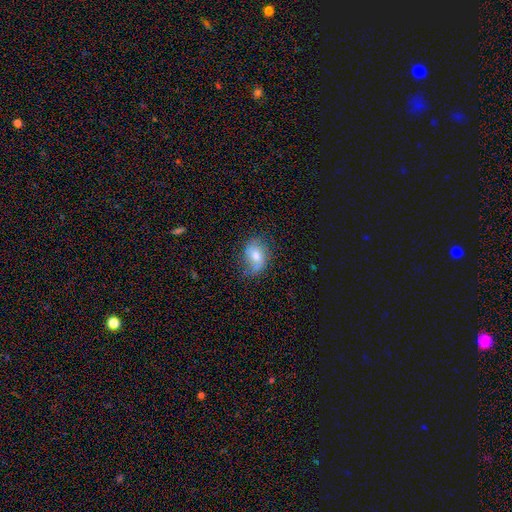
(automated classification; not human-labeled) This is possibly a smooth galaxy (58%). How rounded: likely in between (74%). Merging: possibly none (58%).